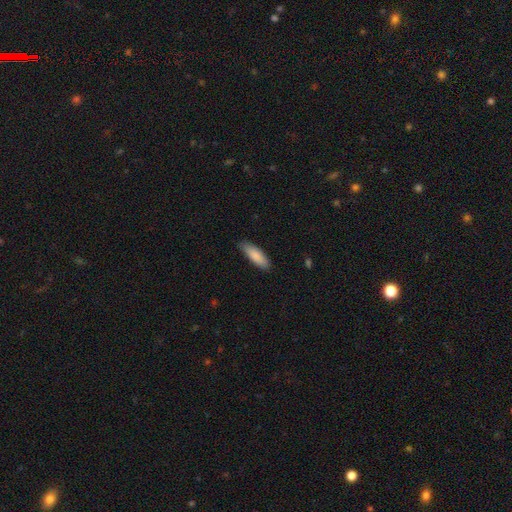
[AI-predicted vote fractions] The model was most divided on "how rounded": in between: 54%, cigar-shaped: 44%, round: 1%. More confident: smooth or featured — smooth (87%); merging — none (81%).